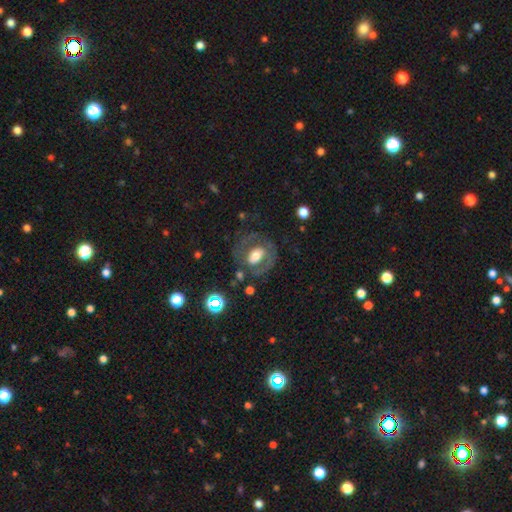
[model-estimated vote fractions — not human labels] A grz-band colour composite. It shows a featured or disk galaxy (57%) with no bar (49%), no spiral arms (54%) and a moderate central bulge (50%). Merging: none (63%).